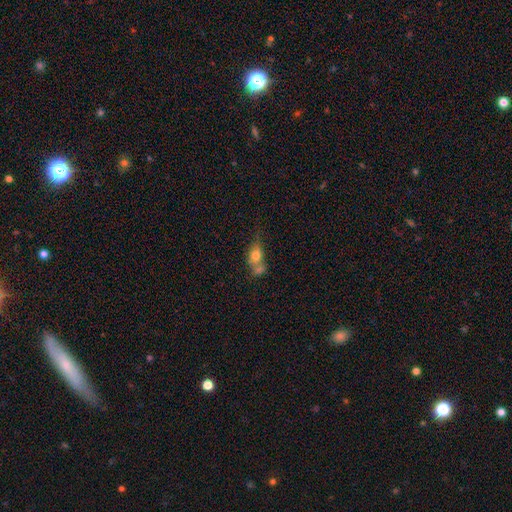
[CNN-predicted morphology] This is likely a smooth galaxy (71%). How rounded: likely in between (64%). Merging: possibly merger (55%).